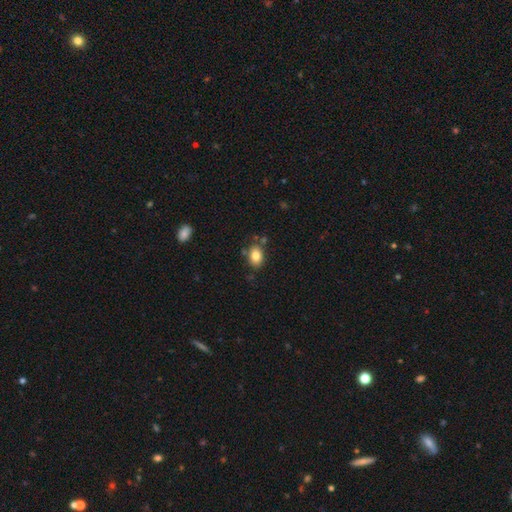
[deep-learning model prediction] Smooth or featured? smooth (83%)
How rounded? in between (75%)
Merging? none (77%)